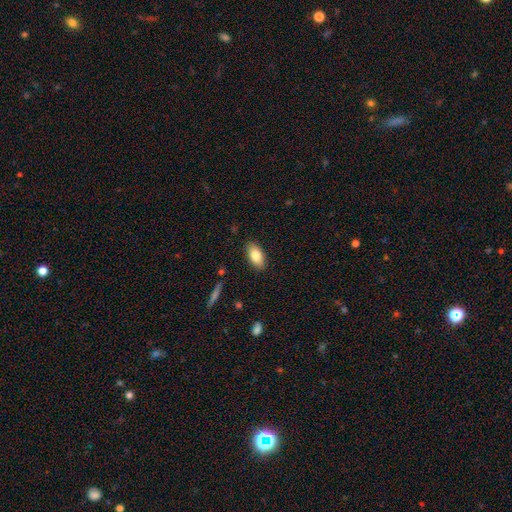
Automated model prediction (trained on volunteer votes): smooth 83%, featured or disk 11%, star or artifact 7%. Down the decision tree: how rounded — in between (92%); merging — none (88%).